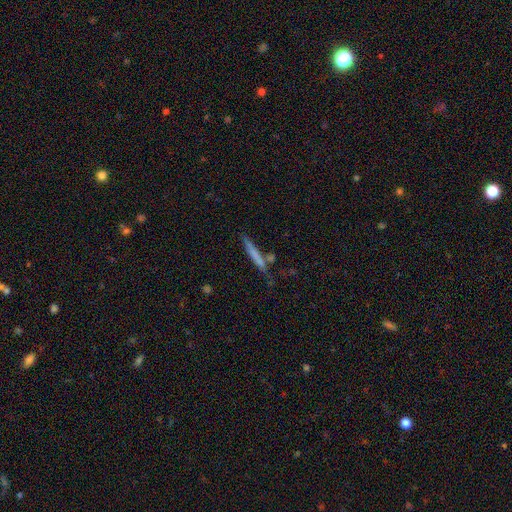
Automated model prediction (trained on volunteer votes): The model was most divided on "smooth or featured": smooth: 63%, featured or disk: 30%, star or artifact: 7%. More confident: how rounded — cigar-shaped (94%); merging — none (69%).